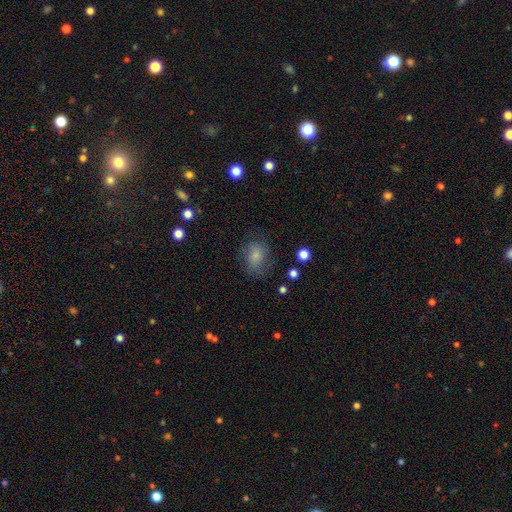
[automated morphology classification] A smooth galaxy with no disk features (70%) that is in between round and cigar-shaped (54%). Merging: none (64%).